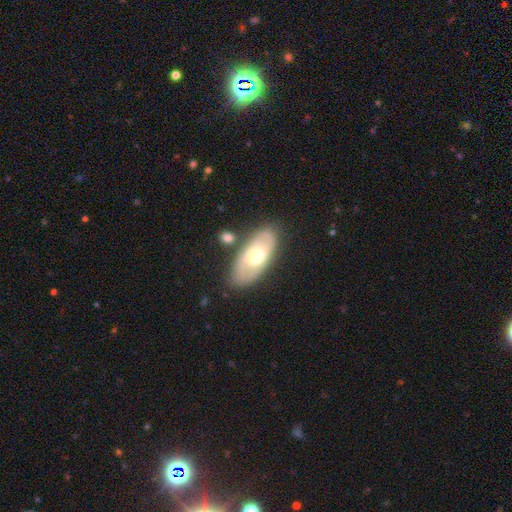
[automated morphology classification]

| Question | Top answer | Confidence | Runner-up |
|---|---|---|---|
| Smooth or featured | featured or disk | 52% | smooth (42%) |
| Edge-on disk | no | 86% | yes (14%) |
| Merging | none | 75% | minor disturbance (14%) |